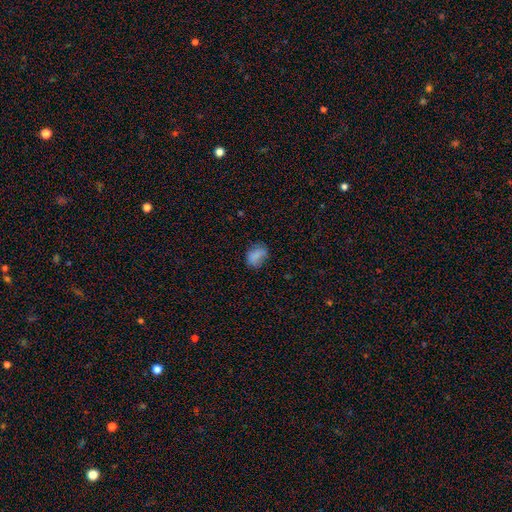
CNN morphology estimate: Overall: smooth (80%). How rounded: in between (72%). Merging: none (65%; minor disturbance 25%).